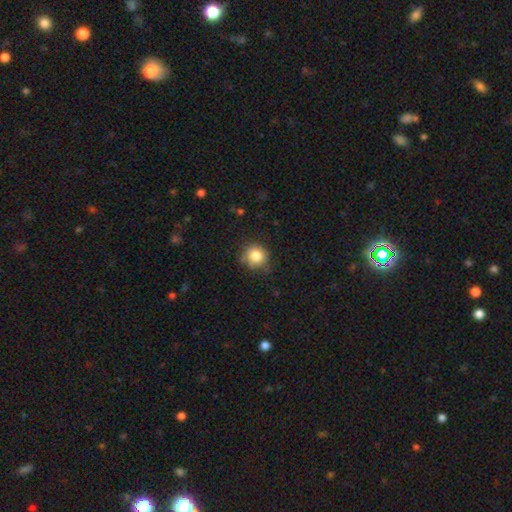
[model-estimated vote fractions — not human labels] A smooth galaxy with no disk features (82%) that is round (92%).

Vote fractions:
- Smooth or featured? smooth: 82% / star or artifact: 10% / featured or disk: 7%
- How rounded? round: 92% / in between: 7% / cigar-shaped: 1%
- Merging? none: 75% / minor disturbance: 19% / major disturbance: 4% / merger: 2%